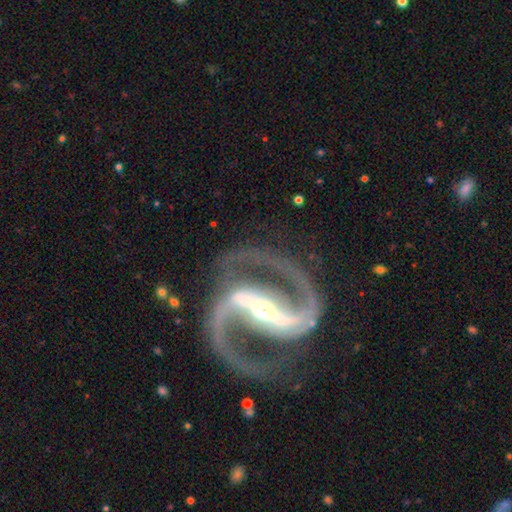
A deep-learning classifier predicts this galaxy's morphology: Smooth or featured? Predicted: featured or disk (p=0.94). Edge-on disk? Predicted: no (p=0.97). Bar? Predicted: strong (p=0.82). Spiral arms? Predicted: yes (p=0.98). Spiral winding? Predicted: medium (p=0.67). Spiral arm count? Predicted: 2 (p=0.95). Bulge size? Predicted: small (p=0.63). Merging? Predicted: none (p=0.82).